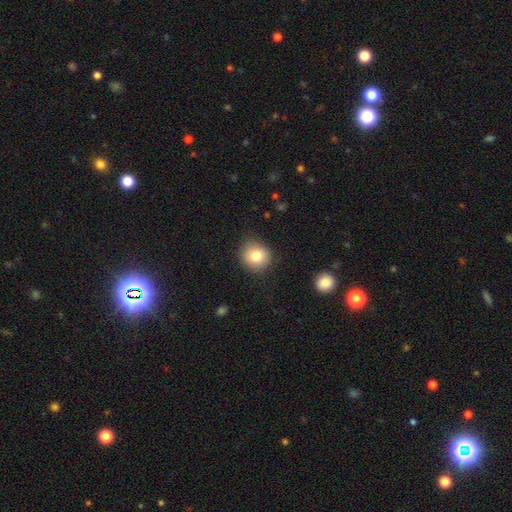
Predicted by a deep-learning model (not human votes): The model was most divided on "smooth or featured": smooth: 80%, star or artifact: 10%, featured or disk: 10%. More confident: how rounded — round (86%); merging — none (86%).